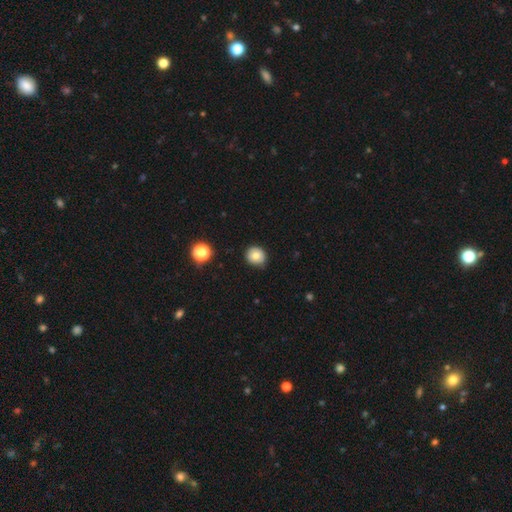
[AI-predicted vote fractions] Smooth or featured: smooth — 74% (featured or disk — 16%)
How rounded: round — 82% (in between — 17%)
Merging: none — 83% (minor disturbance — 13%)